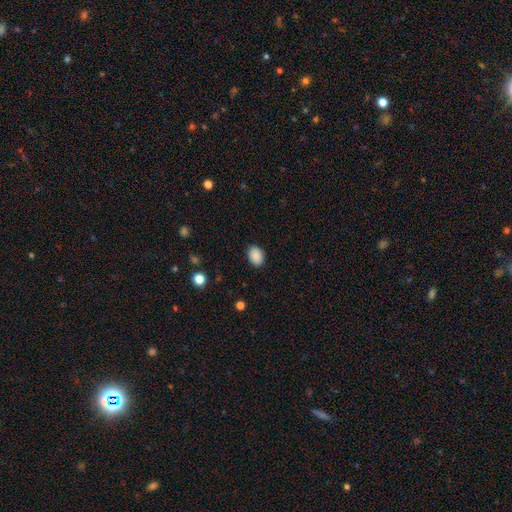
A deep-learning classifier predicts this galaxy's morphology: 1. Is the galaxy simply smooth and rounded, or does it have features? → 89% smooth, 8% star or artifact, 3% featured or disk.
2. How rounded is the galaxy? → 75% in between, 24% round, 1% cigar-shaped.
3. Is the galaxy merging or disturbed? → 88% none, 8% minor disturbance, 2% major disturbance, 1% merger.